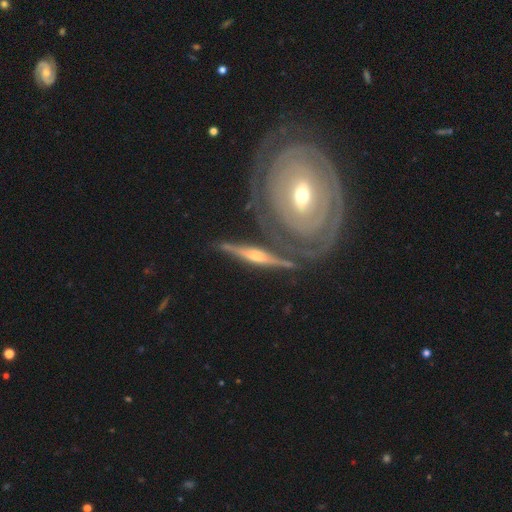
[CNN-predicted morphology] A featured or disk galaxy (79%) viewed edge-on (81%) with a rounded central bulge (81%). Merging: none (65%).